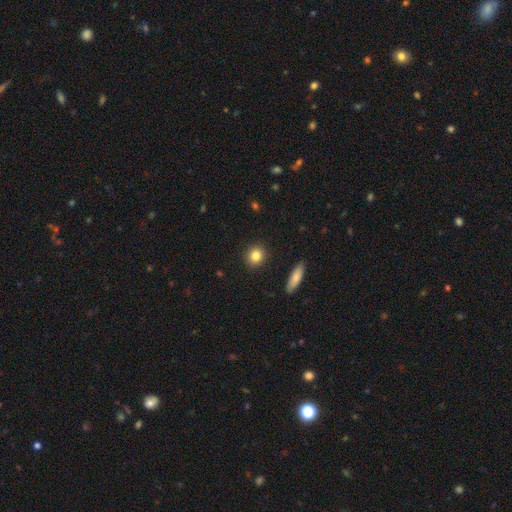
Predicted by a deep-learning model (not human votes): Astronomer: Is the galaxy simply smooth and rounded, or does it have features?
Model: smooth — 83%.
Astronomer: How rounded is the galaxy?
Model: round — 81%.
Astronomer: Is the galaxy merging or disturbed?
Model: none — 91%.